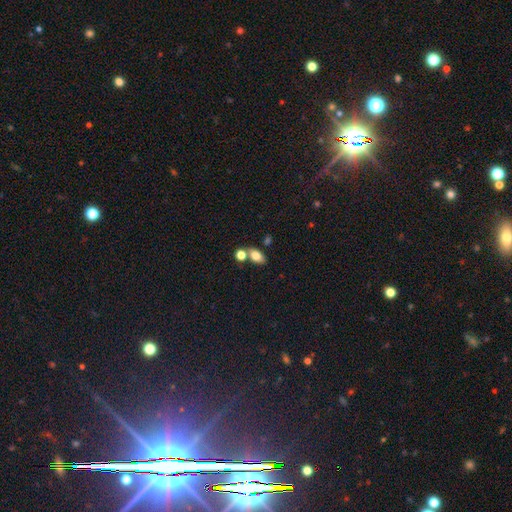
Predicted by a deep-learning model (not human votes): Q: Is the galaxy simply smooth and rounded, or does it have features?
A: smooth — 78%.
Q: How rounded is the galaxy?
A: in between — 85%.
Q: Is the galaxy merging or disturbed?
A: none — 60%.